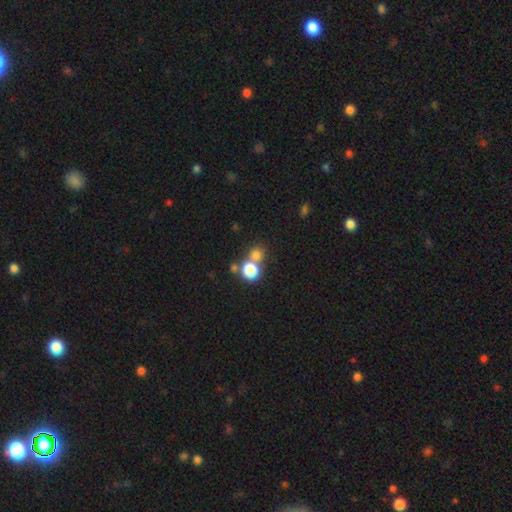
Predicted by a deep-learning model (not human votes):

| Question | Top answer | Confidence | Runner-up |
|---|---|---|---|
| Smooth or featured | smooth | 77% | star or artifact (14%) |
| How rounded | round | 79% | in between (20%) |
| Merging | none | 45% | merger (44%) |